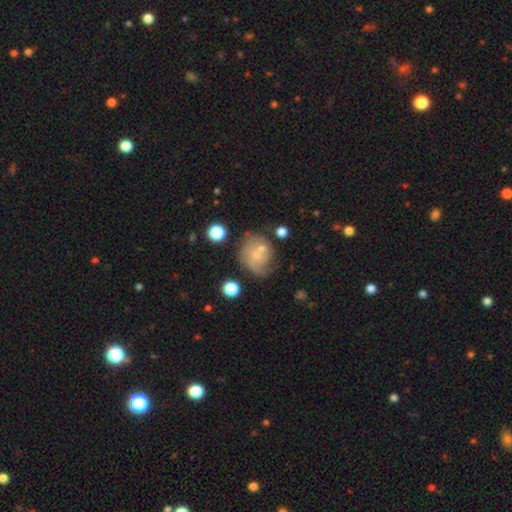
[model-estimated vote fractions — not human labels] featured or disk 47%, smooth 41%, star or artifact 11%. Down the decision tree: merging — none (45%).